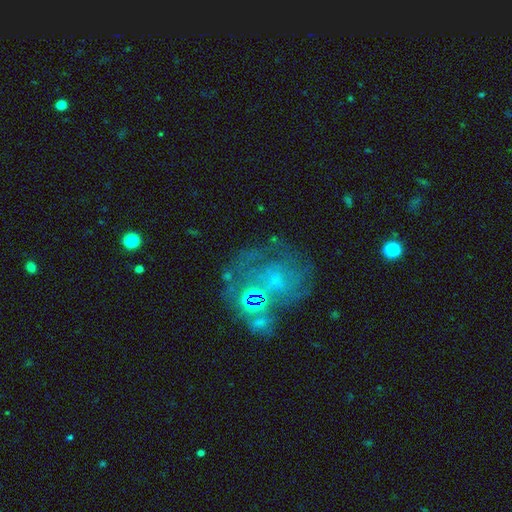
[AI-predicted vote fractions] Overall: featured or disk (63%). Edge-on disk: no (98%). Bar: no (75%). Spiral arms: yes (52%; no 48%). Bulge size: small (40%; none 34%). Merging: none (40%; major disturbance 24%).